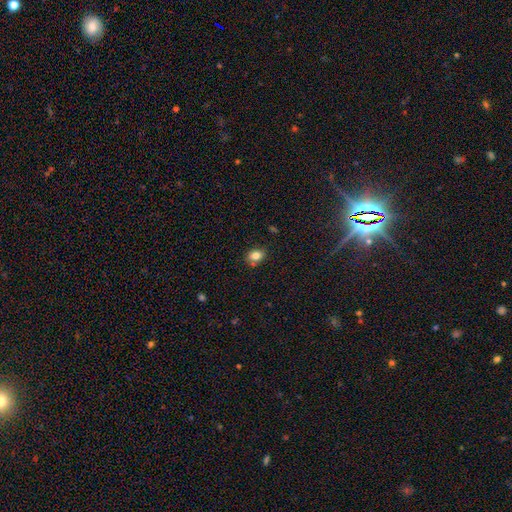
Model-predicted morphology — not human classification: Smooth or featured?
  - smooth: 81% *
  - star or artifact: 10%
  - featured or disk: 8%
How rounded?
  - in between: 69% *
  - round: 30%
  - cigar-shaped: 1%
Merging?
  - none: 74% *
  - minor disturbance: 16%
  - merger: 6%
  - major disturbance: 3%